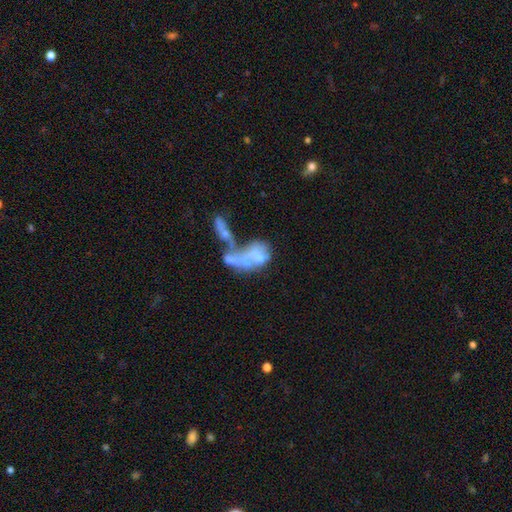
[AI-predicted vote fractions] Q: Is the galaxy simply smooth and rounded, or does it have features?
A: featured or disk — 51%.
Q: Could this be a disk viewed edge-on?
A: no — 96%.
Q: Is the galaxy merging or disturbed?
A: merger — 66%.